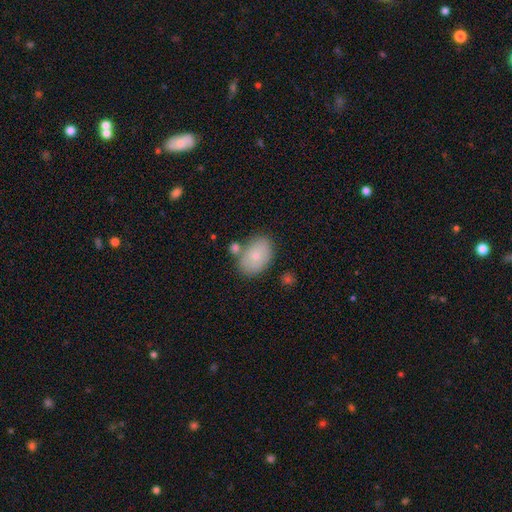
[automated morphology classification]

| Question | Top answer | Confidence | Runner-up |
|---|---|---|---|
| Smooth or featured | smooth | 77% | featured or disk (16%) |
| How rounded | in between | 87% | round (12%) |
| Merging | none | 68% | minor disturbance (16%) |